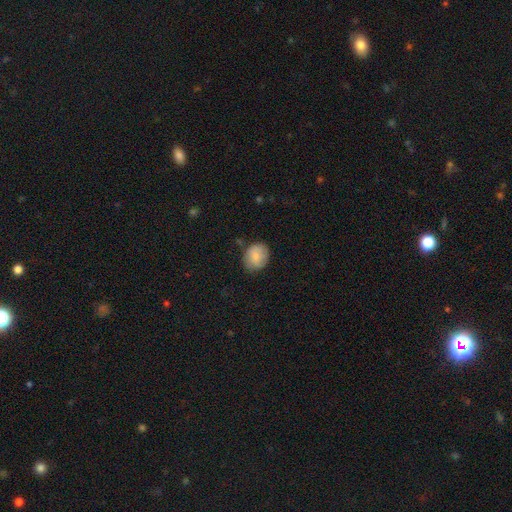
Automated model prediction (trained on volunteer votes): Smooth or featured?
  - smooth: 75% *
  - featured or disk: 18%
  - star or artifact: 7%
How rounded?
  - round: 54% *
  - in between: 45%
  - cigar-shaped: 1%
Merging?
  - none: 69% *
  - minor disturbance: 24%
  - major disturbance: 5%
  - merger: 2%